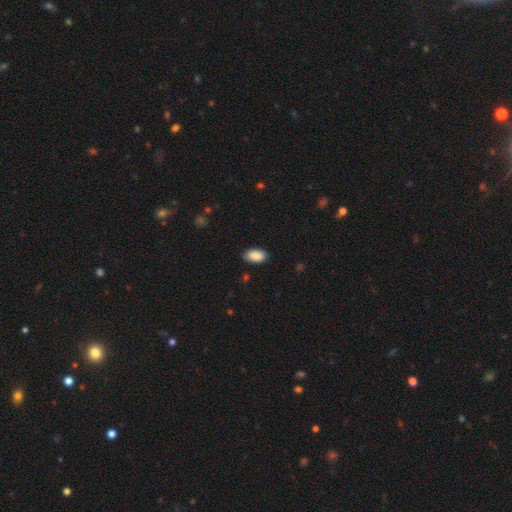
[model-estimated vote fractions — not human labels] A smooth galaxy with no disk features (89%) that is in between round and cigar-shaped (94%). Merging: none (86%).